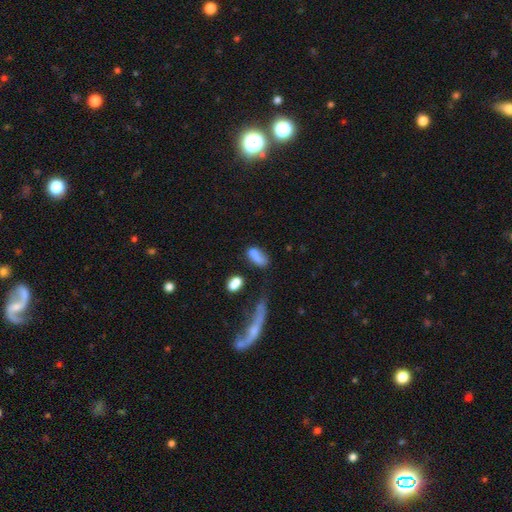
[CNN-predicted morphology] smooth 74%, featured or disk 15%, star or artifact 12%. Down the decision tree: how rounded — in between (82%); merging — none (45%).